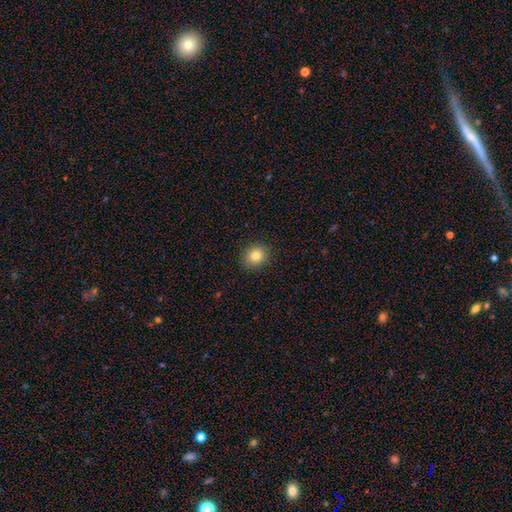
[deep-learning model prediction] Smooth or featured? smooth (84%)
How rounded? round (64%)
Merging? none (89%)